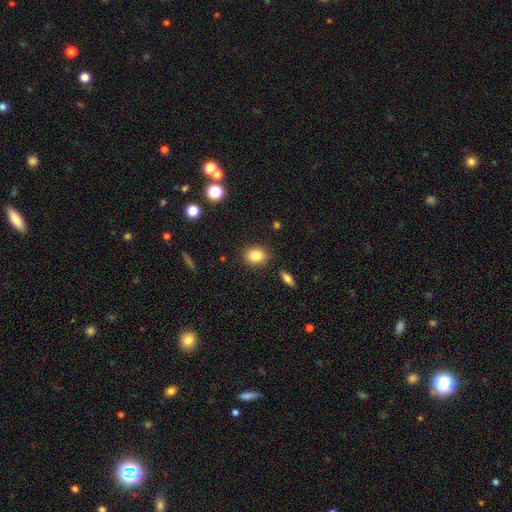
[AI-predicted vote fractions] Smooth or featured? Predicted: smooth (p=0.84). How rounded? Predicted: in between (p=0.56). Merging? Predicted: none (p=0.87).